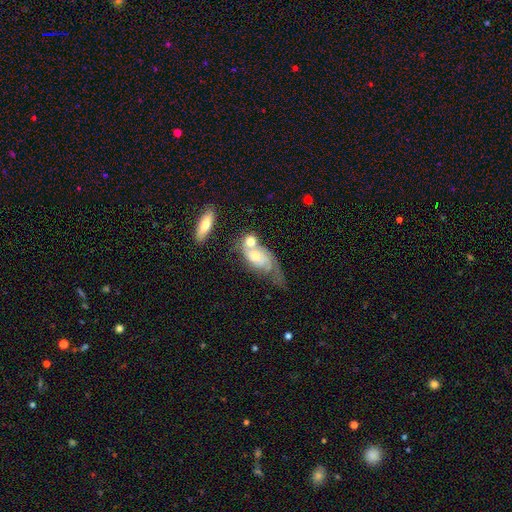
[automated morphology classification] smooth-or-featured: featured or disk: 64% | smooth: 28% | star or artifact: 7%
  disk-edge-on: no: 92% | yes: 8%
    bar: no: 72% | weak: 23% | strong: 5%
    has-spiral-arms: yes: 85% | no: 15%
      spiral-winding: tight: 41% | medium: 36% | loose: 23%
      spiral-arm-count: 2: 37% | 1: 31% | can't tell: 23% | 3: 5% | 4: 2% | more than 4: 2%
    bulge-size: small: 44% | moderate: 41% | large: 7% | none: 6% | dominant: 2%
  merging: merger: 41% | none: 22% | major disturbance: 22% | minor disturbance: 15%